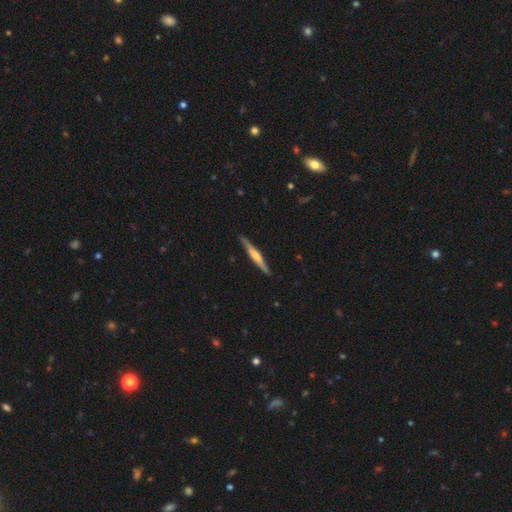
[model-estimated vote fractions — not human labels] Overall: featured or disk (59%; smooth 36%). Edge-on disk: yes (97%). Edge-on bulge: rounded (64%). Merging: none (88%).